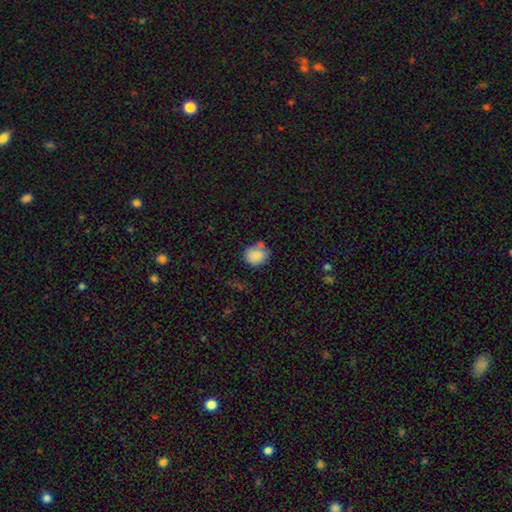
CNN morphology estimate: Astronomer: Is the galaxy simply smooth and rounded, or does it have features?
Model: smooth — 85%.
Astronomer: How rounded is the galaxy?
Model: round — 71%.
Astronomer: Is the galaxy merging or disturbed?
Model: none — 60%.